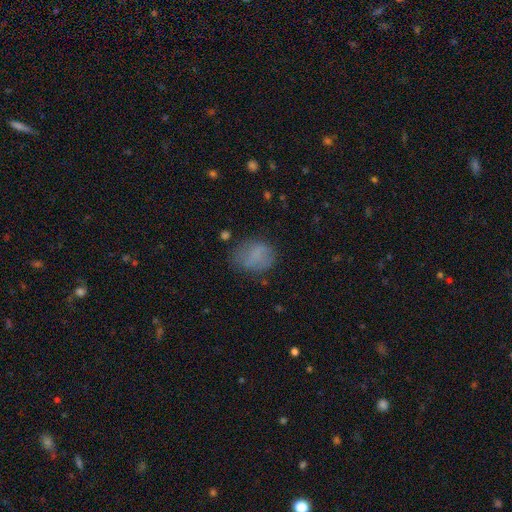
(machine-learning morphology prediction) This appears to be a smooth galaxy with no disk features (71%) that is in between round and cigar-shaped (60%). Merging: none (63%).